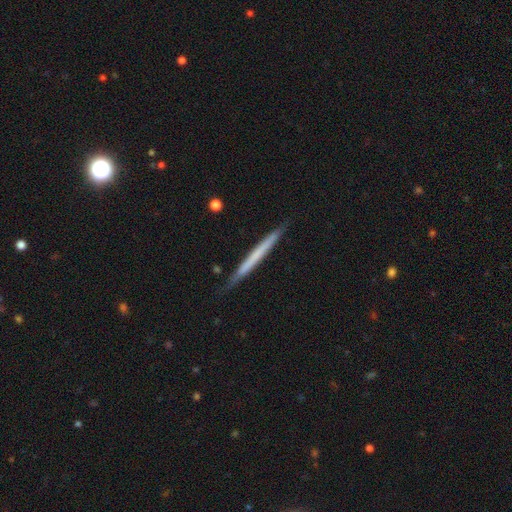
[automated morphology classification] Smooth or featured: smooth — 50% (featured or disk — 45%)
Merging: none — 86% (minor disturbance — 11%)